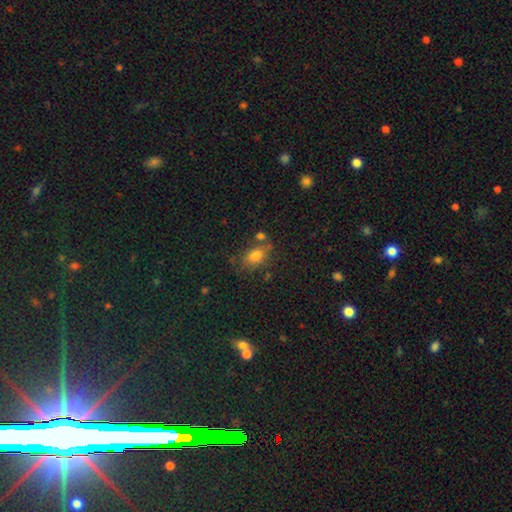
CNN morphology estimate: Smooth or featured? Predicted: smooth (p=0.77). How rounded? Predicted: in between (p=0.83). Merging? Predicted: none (p=0.65).